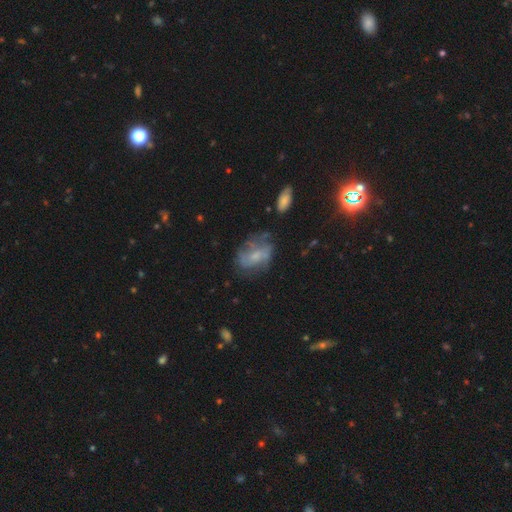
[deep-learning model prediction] The model was most divided on "spiral arms": yes: 57%, no: 43%. Remaining: edge-on disk — no (96%); bar — no (60%); smooth or featured — featured or disk (54%); merging — none (49%); bulge size — small (48%).